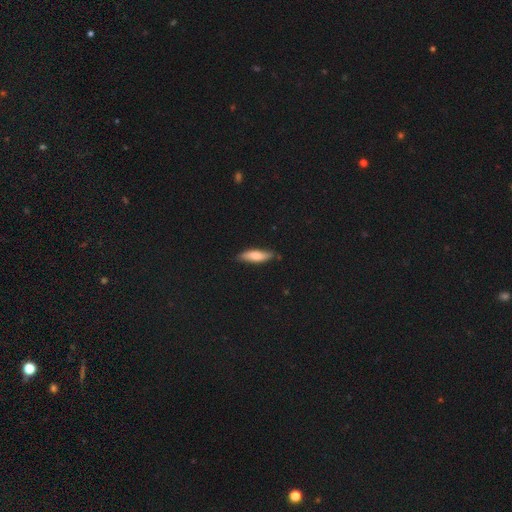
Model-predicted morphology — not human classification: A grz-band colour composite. It shows a smooth galaxy with no disk features (73%) that is cigar-shaped (59%). Merging: none (81%).